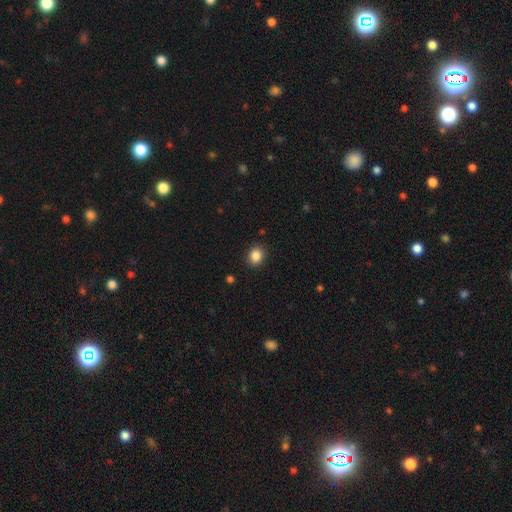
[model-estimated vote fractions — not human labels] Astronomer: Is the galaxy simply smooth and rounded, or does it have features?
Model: smooth — 87%.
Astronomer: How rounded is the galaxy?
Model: round — 62%.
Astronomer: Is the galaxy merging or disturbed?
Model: none — 90%.